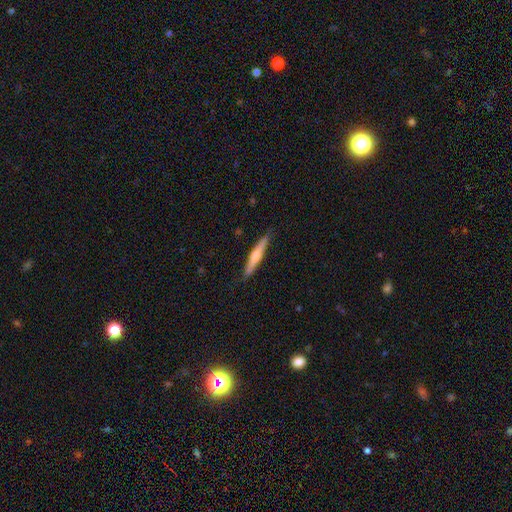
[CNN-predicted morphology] Smooth or featured? smooth (48%)
Merging? none (87%)